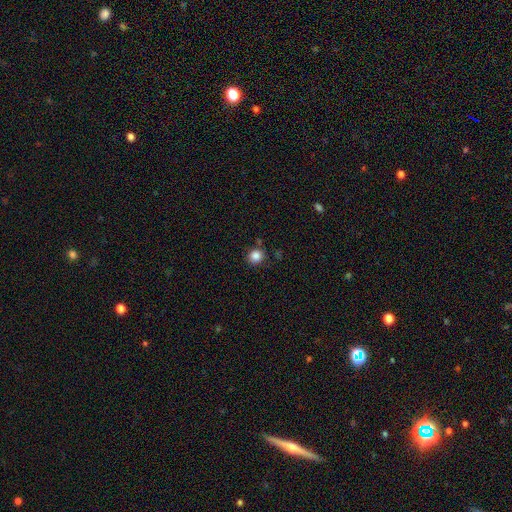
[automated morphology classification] A smooth galaxy with no disk features (86%) that is round (89%).

Vote fractions:
- Smooth or featured? smooth: 86% / star or artifact: 11% / featured or disk: 4%
- How rounded? round: 89% / in between: 10% / cigar-shaped: 1%
- Merging? none: 83% / minor disturbance: 10% / merger: 4% / major disturbance: 3%